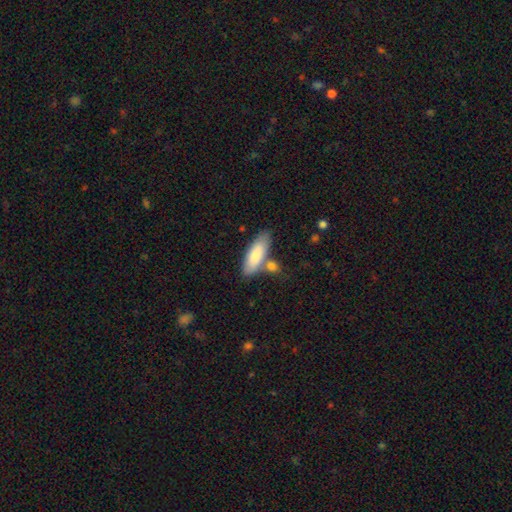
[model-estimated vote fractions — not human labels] A smooth galaxy with no disk features (79%) that is in between round and cigar-shaped (63%).

Vote fractions:
- Smooth or featured? smooth: 79% / featured or disk: 16% / star or artifact: 5%
- How rounded? in between: 63% / cigar-shaped: 35% / round: 2%
- Merging? none: 64% / merger: 18% / minor disturbance: 14% / major disturbance: 4%